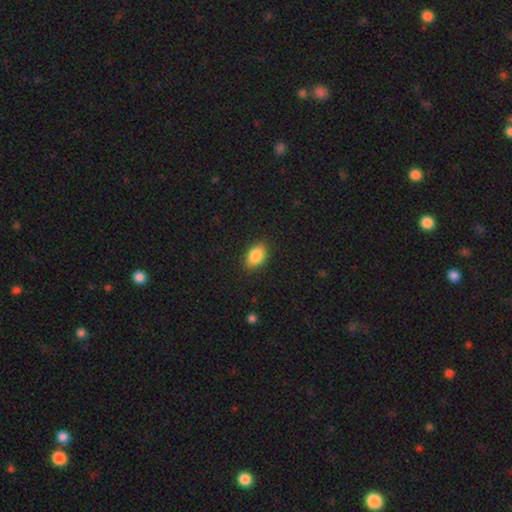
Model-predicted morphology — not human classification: The model was most divided on "merging": none: 86%, minor disturbance: 10%, major disturbance: 2%, merger: 1%. More confident: how rounded — in between (88%); smooth or featured — smooth (86%).